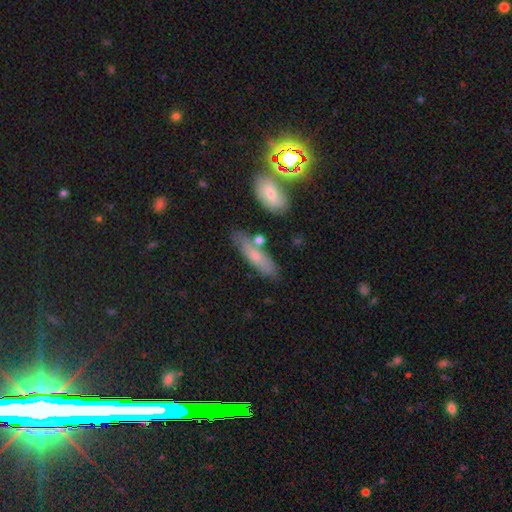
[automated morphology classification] smooth 63%, featured or disk 28%, star or artifact 9%. Down the decision tree: how rounded — cigar-shaped (58%); merging — none (71%).